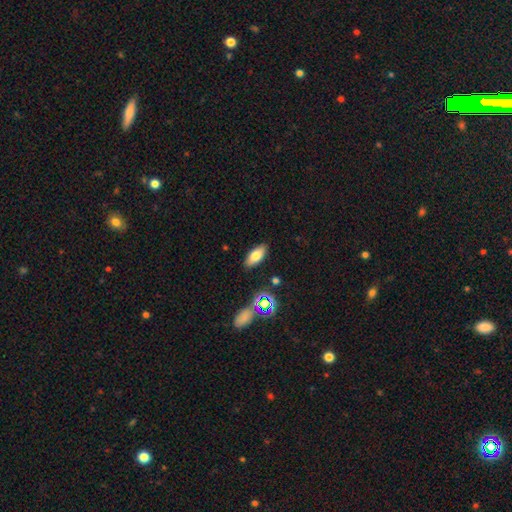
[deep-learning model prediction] Smooth or featured: smooth — 74% (featured or disk — 16%)
How rounded: in between — 84% (cigar-shaped — 13%)
Merging: none — 86% (minor disturbance — 9%)